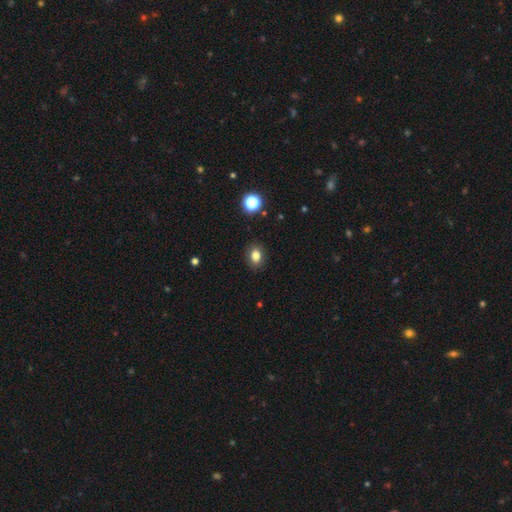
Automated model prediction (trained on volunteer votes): smooth 82%, star or artifact 12%, featured or disk 7%. Down the decision tree: how rounded — in between (62%); merging — none (89%).